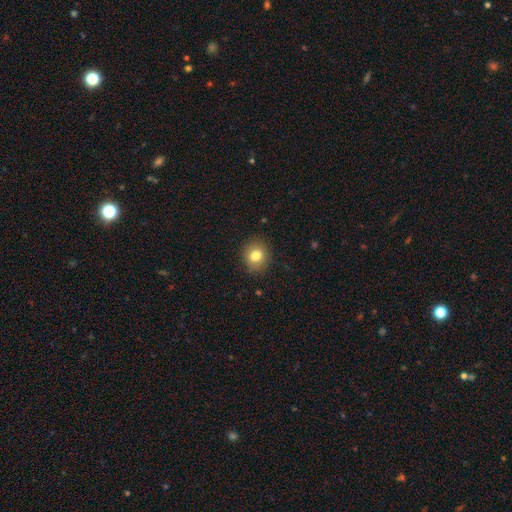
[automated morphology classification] This is clearly a smooth galaxy (80%). How rounded: likely round (78%). Merging: clearly none (88%).